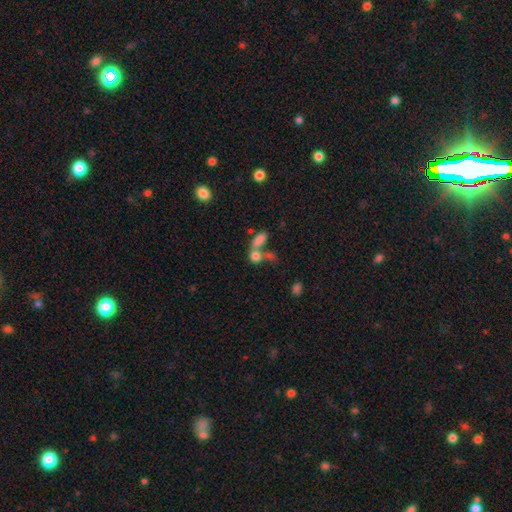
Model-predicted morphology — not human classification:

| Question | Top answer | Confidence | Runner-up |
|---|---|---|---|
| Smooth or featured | smooth | 75% | featured or disk (13%) |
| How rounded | in between | 53% | round (41%) |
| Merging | merger | 54% | none (31%) |